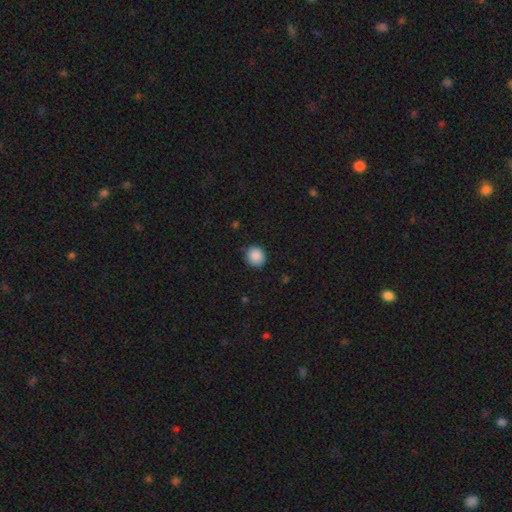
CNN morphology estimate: The model was most divided on "how rounded": round: 86%, in between: 13%, cigar-shaped: 1%. More confident: smooth or featured — smooth (88%); merging — none (87%).